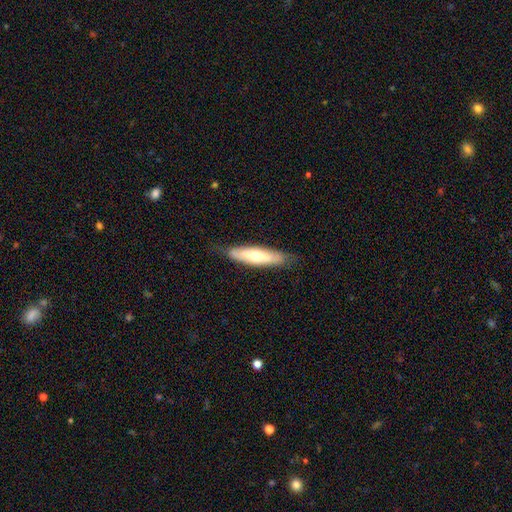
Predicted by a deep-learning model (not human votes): smooth 58%, featured or disk 37%, star or artifact 5%. Down the decision tree: how rounded — cigar-shaped (67%); merging — none (78%).